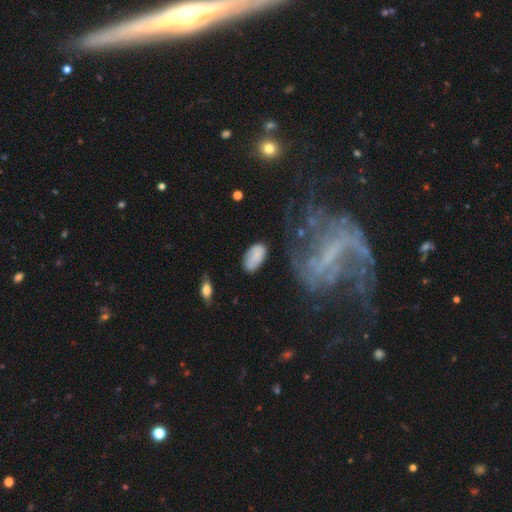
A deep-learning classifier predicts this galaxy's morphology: Overall: smooth (77%). How rounded: in between (94%). Merging: none (65%).